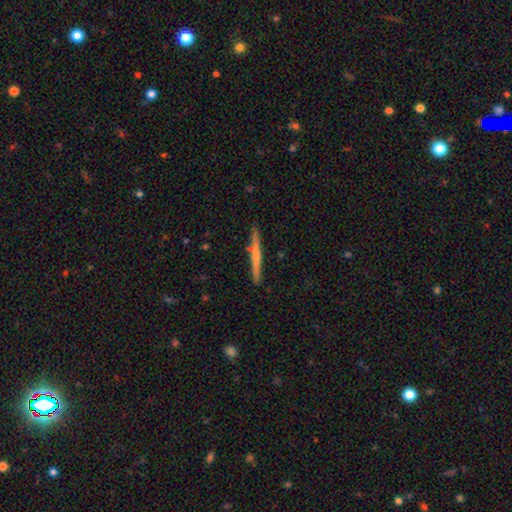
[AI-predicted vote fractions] A featured or disk galaxy (48%). Merging: none (87%).